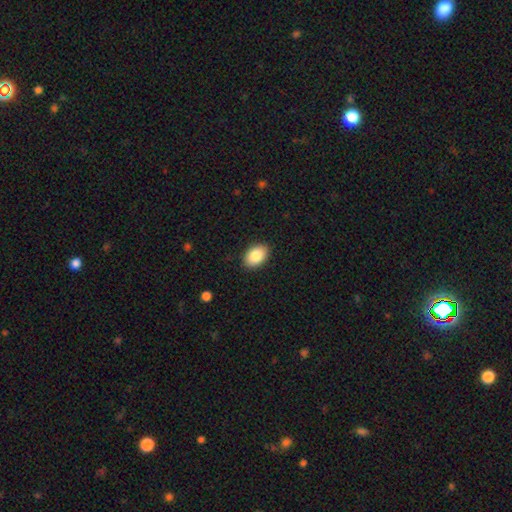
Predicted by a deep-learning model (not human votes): Smooth or featured?
  - smooth: 86% *
  - star or artifact: 7%
  - featured or disk: 7%
How rounded?
  - in between: 88% *
  - round: 11%
  - cigar-shaped: 1%
Merging?
  - none: 89% *
  - minor disturbance: 8%
  - major disturbance: 2%
  - merger: 1%